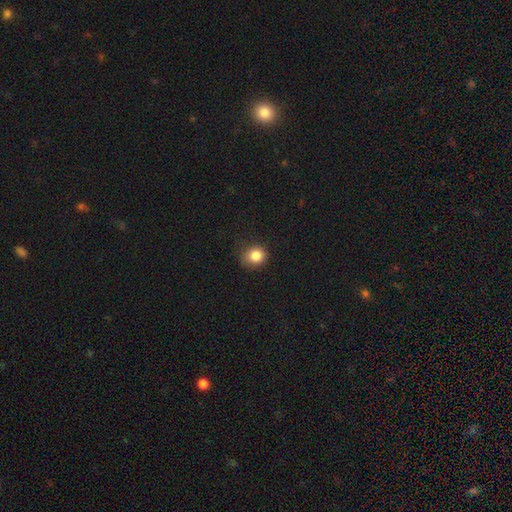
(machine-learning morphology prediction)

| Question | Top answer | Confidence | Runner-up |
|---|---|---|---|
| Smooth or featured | smooth | 83% | star or artifact (11%) |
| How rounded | round | 80% | in between (19%) |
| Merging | none | 77% | minor disturbance (18%) |